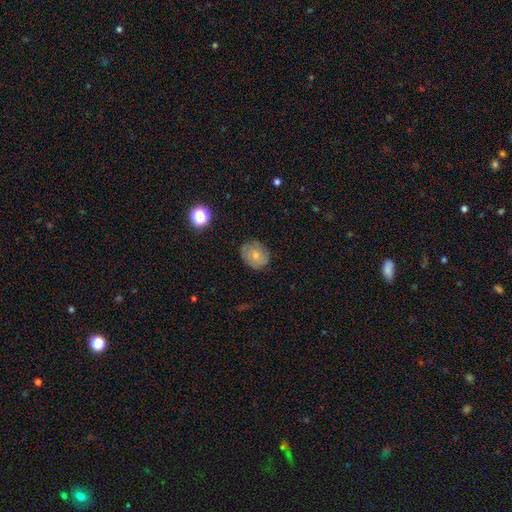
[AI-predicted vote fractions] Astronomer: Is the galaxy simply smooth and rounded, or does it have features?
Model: smooth — 64%.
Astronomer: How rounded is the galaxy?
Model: round — 56% (runner-up: in between, 43%).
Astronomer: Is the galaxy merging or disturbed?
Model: none — 77%.